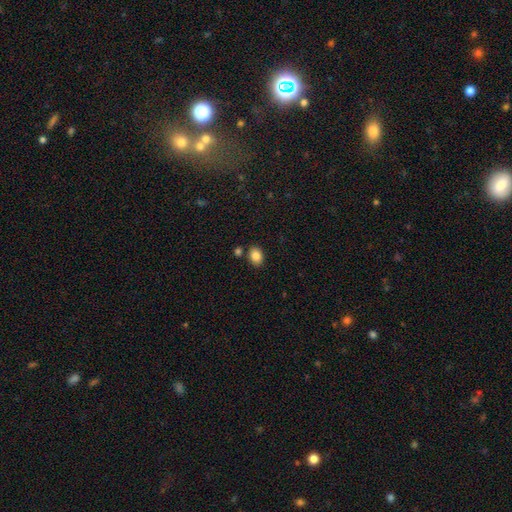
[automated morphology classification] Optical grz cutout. It shows a smooth galaxy with no disk features (86%) that is in between round and cigar-shaped (72%). Merging: none (81%).